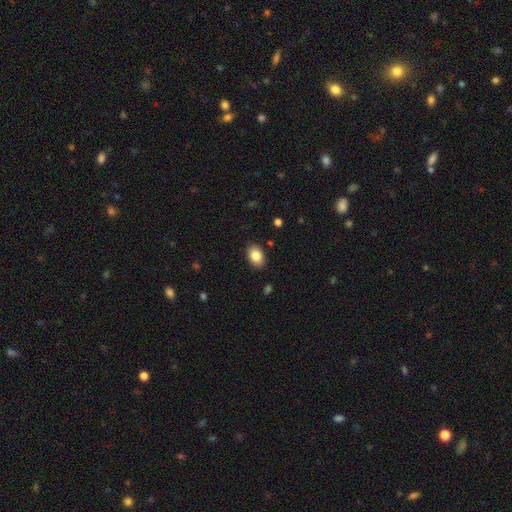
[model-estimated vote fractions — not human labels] This is clearly a smooth galaxy (85%). How rounded: clearly in between (85%). Merging: clearly none (88%).